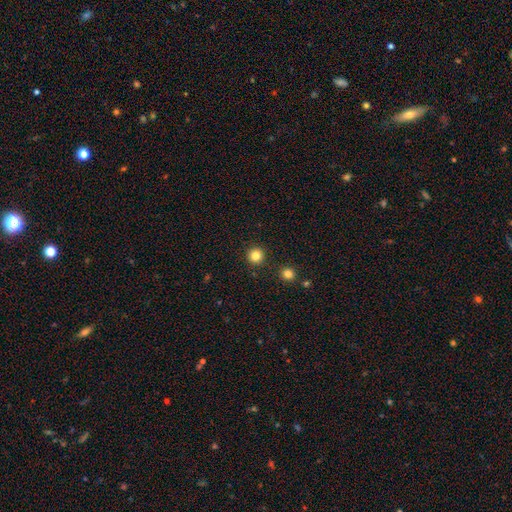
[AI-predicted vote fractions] Q: Smooth or featured?
A: smooth (83%); runner-up: star or artifact (12%)
Q: How rounded?
A: round (95%); runner-up: in between (4%)
Q: Merging?
A: none (92%); runner-up: minor disturbance (4%)